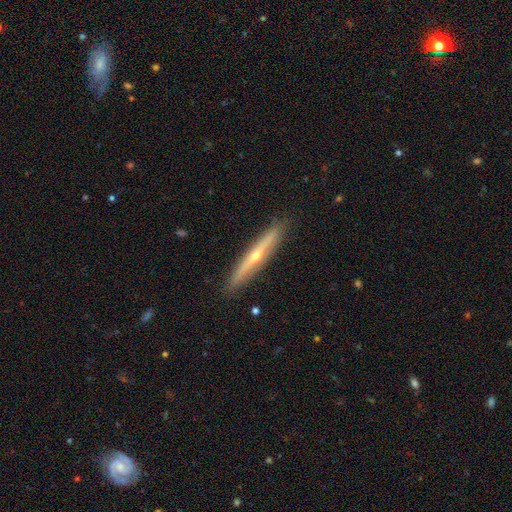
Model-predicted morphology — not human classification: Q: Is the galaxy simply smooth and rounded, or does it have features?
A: featured or disk — 70%.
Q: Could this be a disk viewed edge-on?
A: yes — 95%.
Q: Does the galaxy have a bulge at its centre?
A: rounded — 85%.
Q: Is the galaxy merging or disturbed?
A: none — 90%.